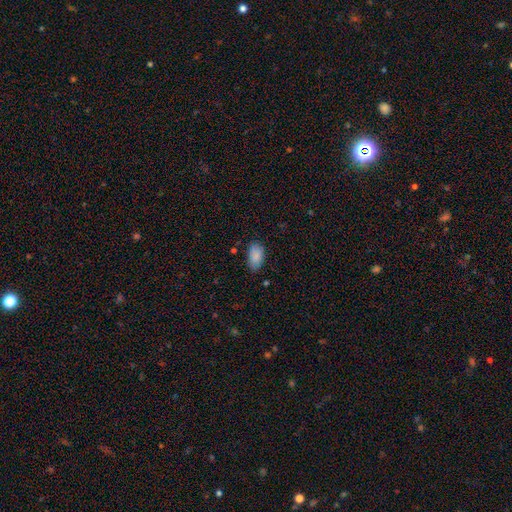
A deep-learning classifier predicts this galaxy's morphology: Smooth or featured? smooth (88%)
How rounded? in between (94%)
Merging? none (77%)